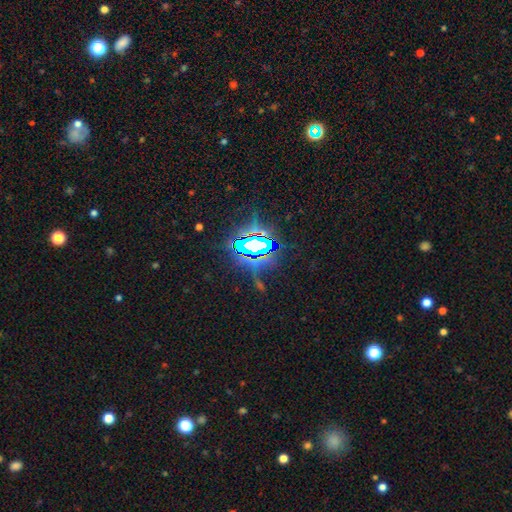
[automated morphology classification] This appears to be a star or artifact, not a galaxy (76%).